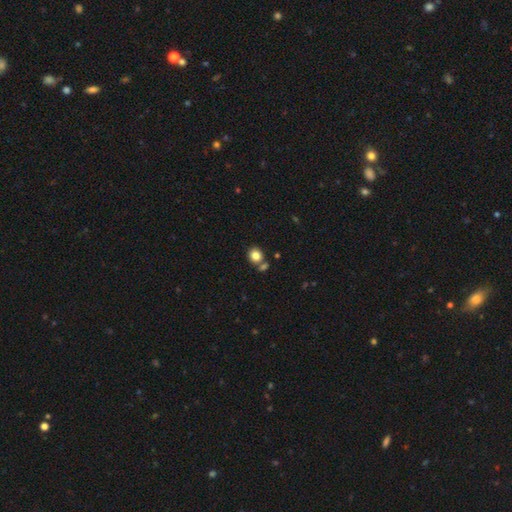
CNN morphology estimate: Smooth or featured? Predicted: smooth (p=0.83). How rounded? Predicted: round (p=0.75). Merging? Predicted: none (p=0.66).